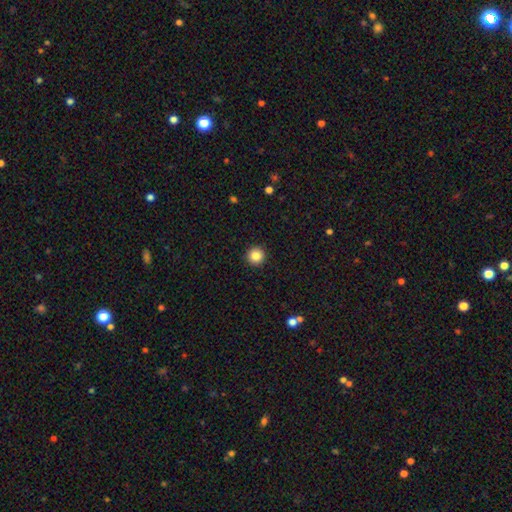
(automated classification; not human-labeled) This is clearly a smooth galaxy (85%). How rounded: clearly round (96%). Merging: clearly none (93%).